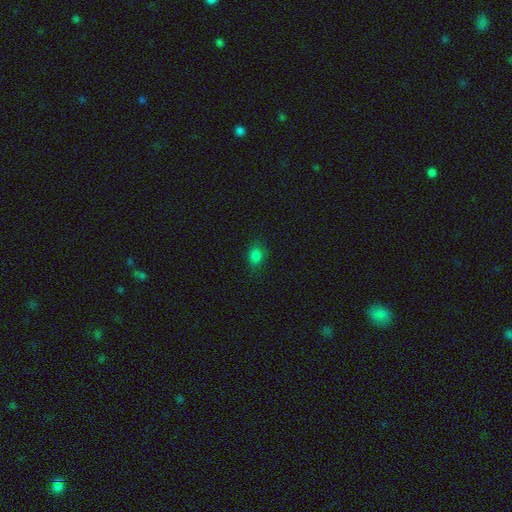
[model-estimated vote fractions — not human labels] Smooth or featured?
  - smooth: 80% *
  - star or artifact: 15%
  - featured or disk: 5%
How rounded?
  - in between: 64% *
  - round: 34%
  - cigar-shaped: 2%
Merging?
  - none: 78% *
  - minor disturbance: 17%
  - major disturbance: 4%
  - merger: 1%